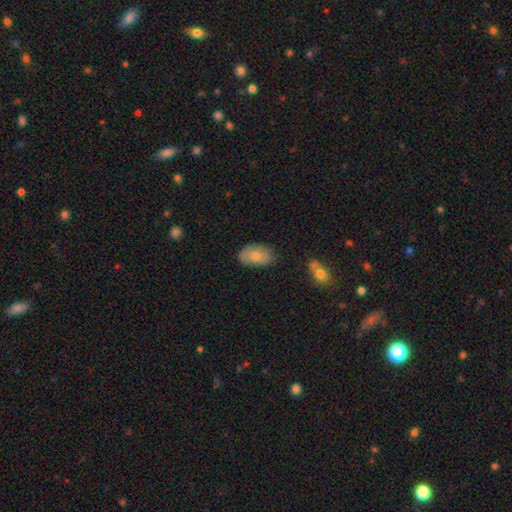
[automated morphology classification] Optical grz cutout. It shows a smooth galaxy with no disk features (78%) that is in between round and cigar-shaped (91%). Merging: none (68%).